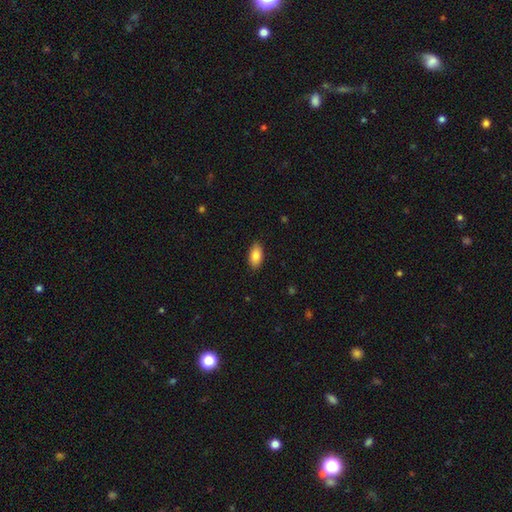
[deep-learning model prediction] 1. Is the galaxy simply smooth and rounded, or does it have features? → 85% smooth, 8% featured or disk, 7% star or artifact.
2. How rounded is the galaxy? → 93% in between, 4% cigar-shaped, 3% round.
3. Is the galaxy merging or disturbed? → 89% none, 8% minor disturbance, 2% major disturbance, 1% merger.